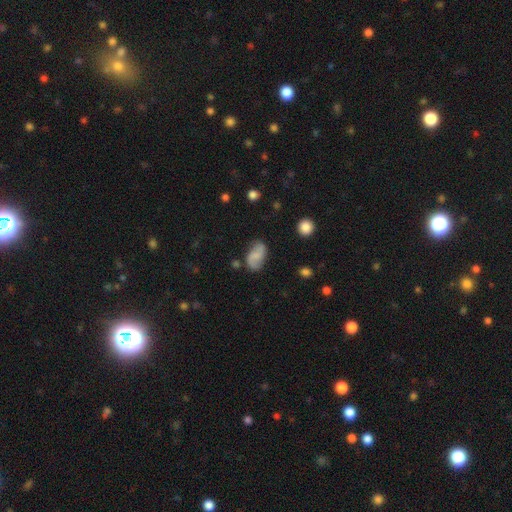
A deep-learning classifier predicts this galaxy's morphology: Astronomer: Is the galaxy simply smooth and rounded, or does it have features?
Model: featured or disk — 49% (runner-up: smooth, 43%).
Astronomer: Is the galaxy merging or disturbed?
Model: none — 71%.